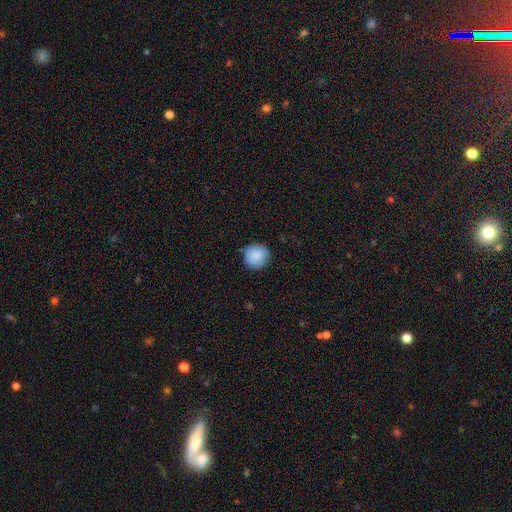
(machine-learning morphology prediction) This appears to be a smooth galaxy with no disk features (89%) that is round (95%). Merging: none (89%).